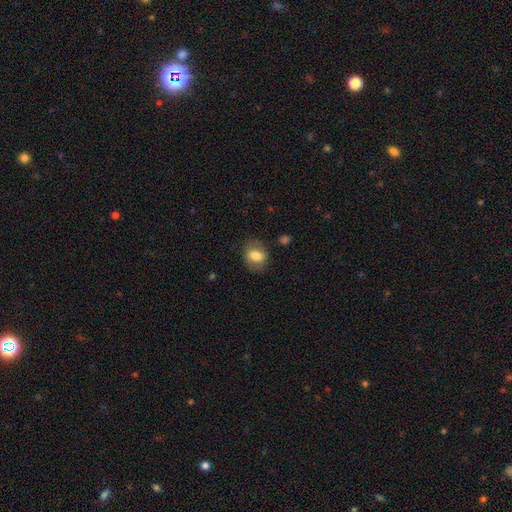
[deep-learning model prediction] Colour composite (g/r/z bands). It shows a smooth galaxy with no disk features (76%) that is in between round and cigar-shaped (61%). Merging: none (77%).